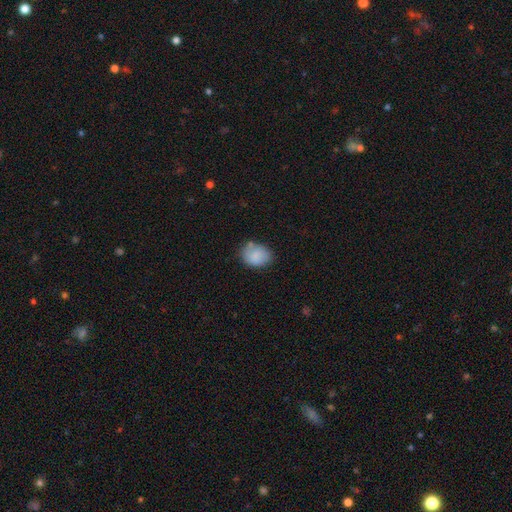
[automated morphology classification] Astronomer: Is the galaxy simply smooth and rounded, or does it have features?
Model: smooth — 82%.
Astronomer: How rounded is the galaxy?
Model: in between — 57% (runner-up: round, 42%).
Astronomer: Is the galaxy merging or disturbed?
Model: none — 62%.